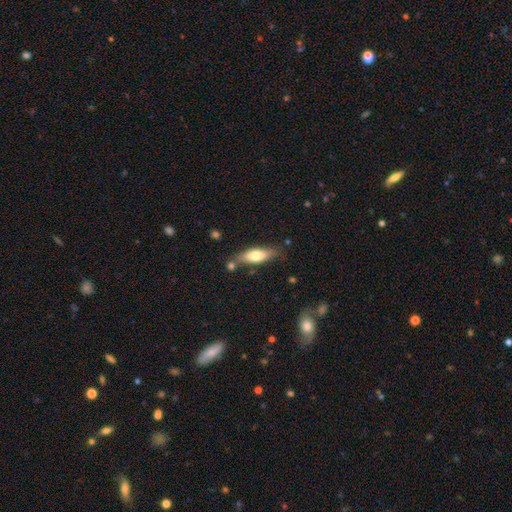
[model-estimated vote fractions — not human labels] This is likely a smooth galaxy (65%). How rounded: possibly in between (58%). Merging: likely none (69%).